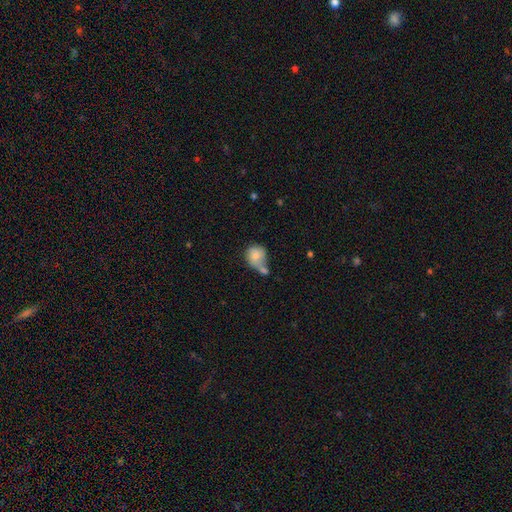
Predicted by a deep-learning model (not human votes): A smooth galaxy with no disk features (78%) that is round (74%). Merging: merger (45%).